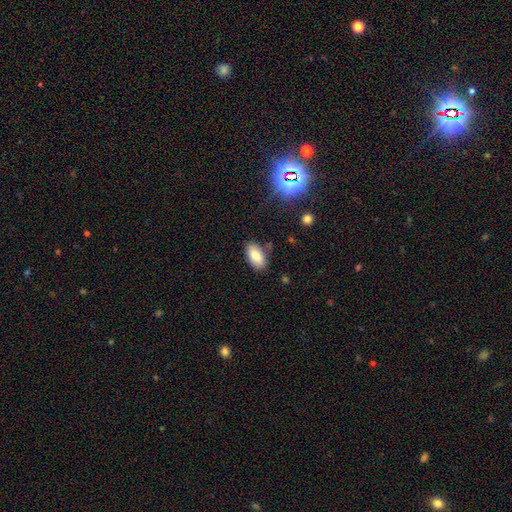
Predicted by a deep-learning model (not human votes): Smooth or featured: smooth — 84% (star or artifact — 8%)
How rounded: in between — 93% (cigar-shaped — 4%)
Merging: none — 81% (minor disturbance — 14%)